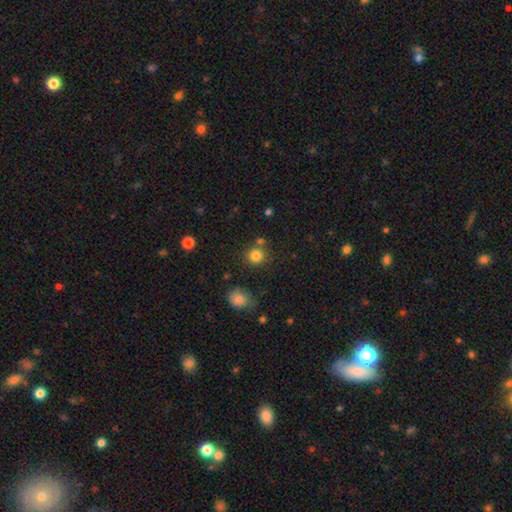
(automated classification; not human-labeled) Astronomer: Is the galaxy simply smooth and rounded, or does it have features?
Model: smooth — 82%.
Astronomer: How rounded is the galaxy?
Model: round — 90%.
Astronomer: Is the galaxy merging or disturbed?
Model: none — 75%.